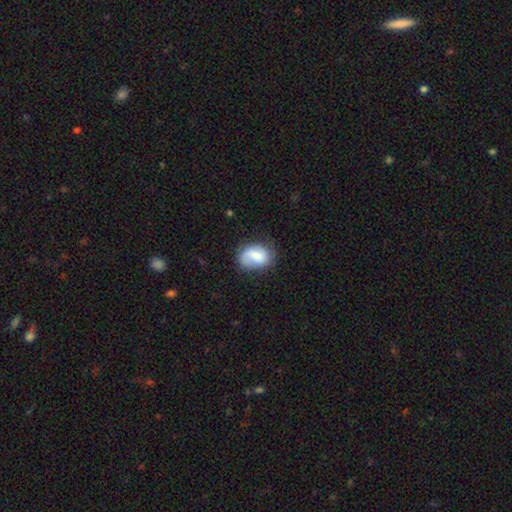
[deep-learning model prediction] This is likely a smooth galaxy (64%). How rounded: likely in between (73%). Merging: possibly none (59%).